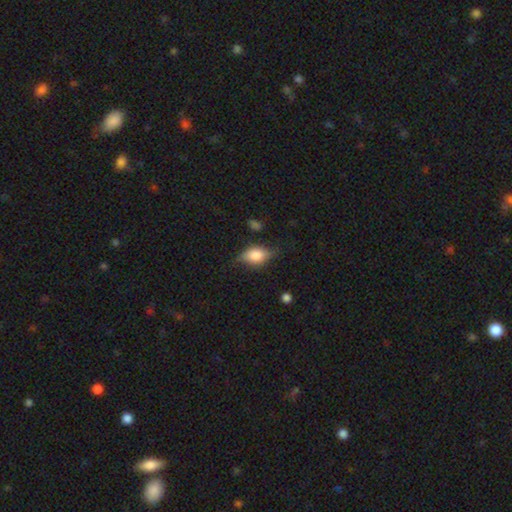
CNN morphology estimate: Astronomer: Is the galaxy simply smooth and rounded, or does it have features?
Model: smooth — 64%.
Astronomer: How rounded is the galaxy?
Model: in between — 81%.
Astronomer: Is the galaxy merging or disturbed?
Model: none — 63%.